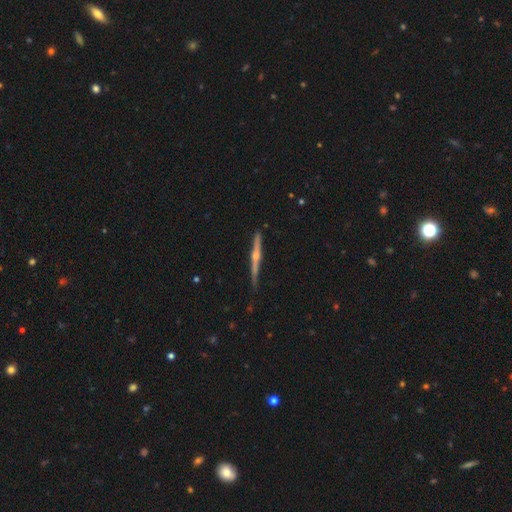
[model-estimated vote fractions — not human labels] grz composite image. It shows a featured or disk galaxy (81%) viewed edge-on (98%) with a rounded central bulge (90%). Merging: none (87%).